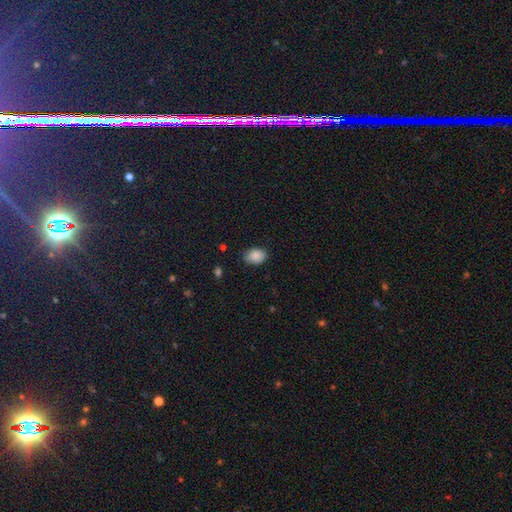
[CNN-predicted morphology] type=smooth (87%); roundness=in between (79%); merging=none (79%).